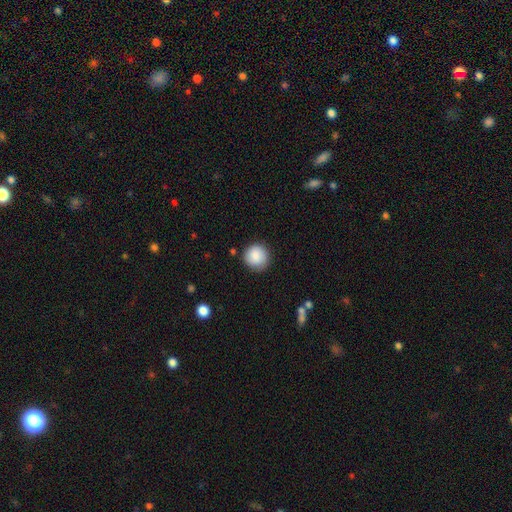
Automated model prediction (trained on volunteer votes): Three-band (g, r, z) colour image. It shows a smooth galaxy with no disk features (87%) that is round (93%). Merging: none (85%).